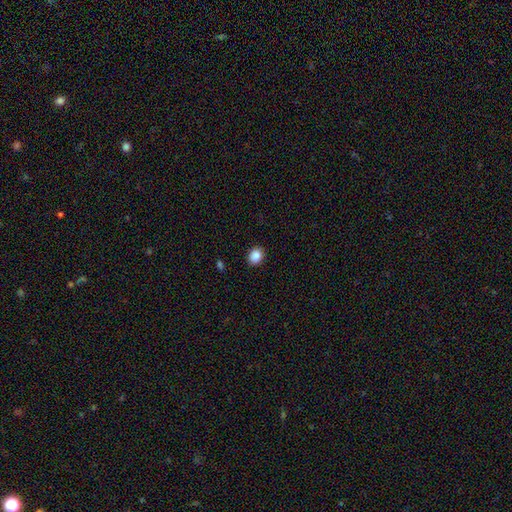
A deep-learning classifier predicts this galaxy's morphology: A smooth galaxy with no disk features (88%) that is round (57%).

Vote fractions:
- Smooth or featured? smooth: 88% / star or artifact: 9% / featured or disk: 3%
- How rounded? round: 57% / in between: 42% / cigar-shaped: 1%
- Merging? none: 90% / minor disturbance: 7% / major disturbance: 2% / merger: 1%